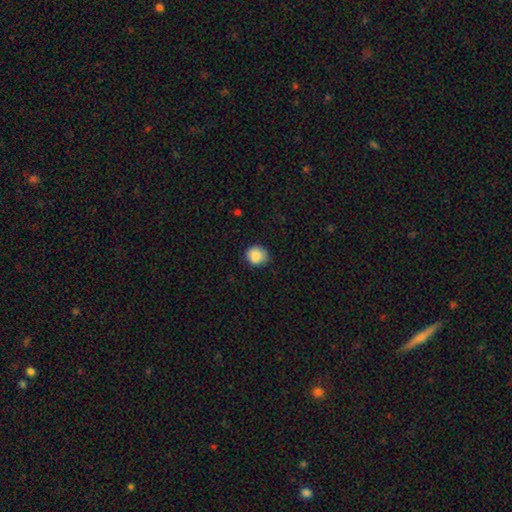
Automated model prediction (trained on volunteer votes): Q: Smooth or featured?
A: smooth (87%); runner-up: star or artifact (9%)
Q: How rounded?
A: round (85%); runner-up: in between (15%)
Q: Merging?
A: none (79%); runner-up: minor disturbance (17%)